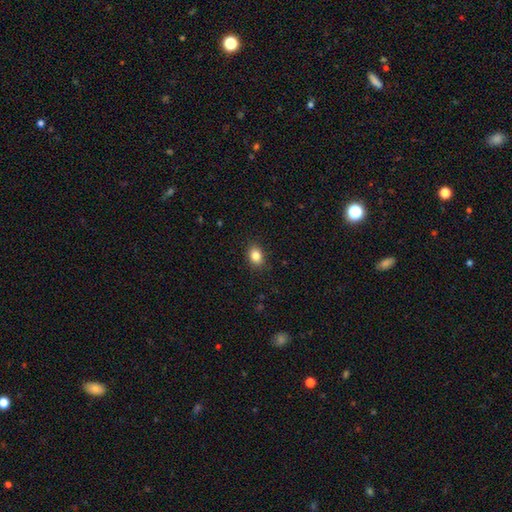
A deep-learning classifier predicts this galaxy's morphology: The model was most divided on "how rounded": in between: 72%, round: 27%, cigar-shaped: 1%. More confident: merging — none (88%); smooth or featured — smooth (85%).